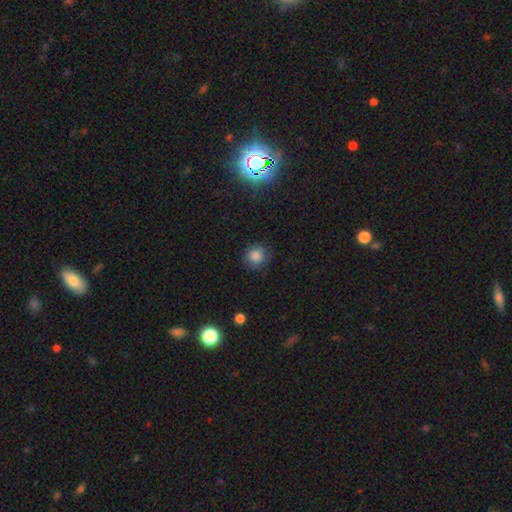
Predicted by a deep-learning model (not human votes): Morphology: type=smooth (84%); roundness=round (90%); merging=none (83%).